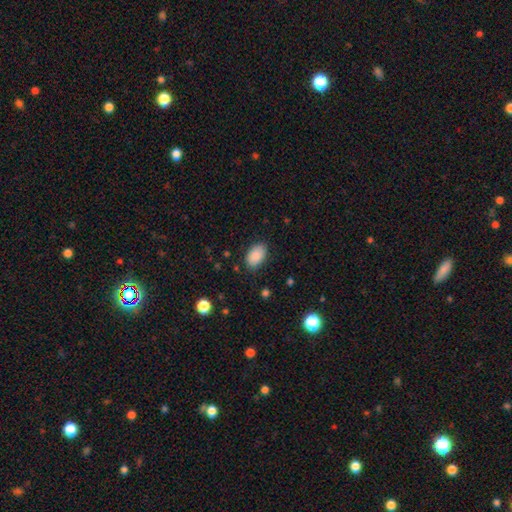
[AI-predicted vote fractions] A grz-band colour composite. It shows a smooth galaxy with no disk features (88%) that is in between round and cigar-shaped (92%). Merging: none (84%).